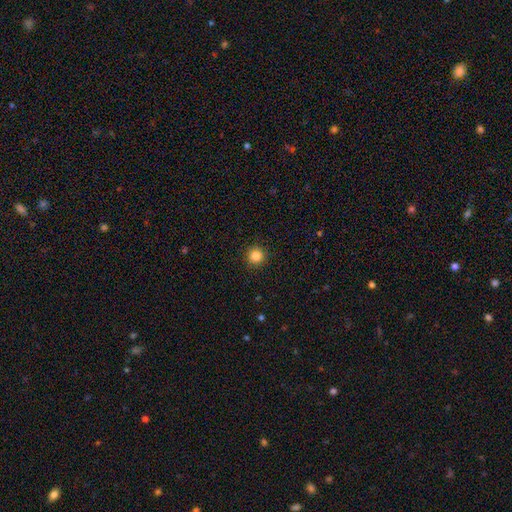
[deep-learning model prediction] smooth_or_featured: smooth (p=0.85) [alt: star or artifact p=0.12]
how_rounded: round (p=0.95) [alt: in between p=0.04]
merging: none (p=0.92) [alt: minor disturbance p=0.05]